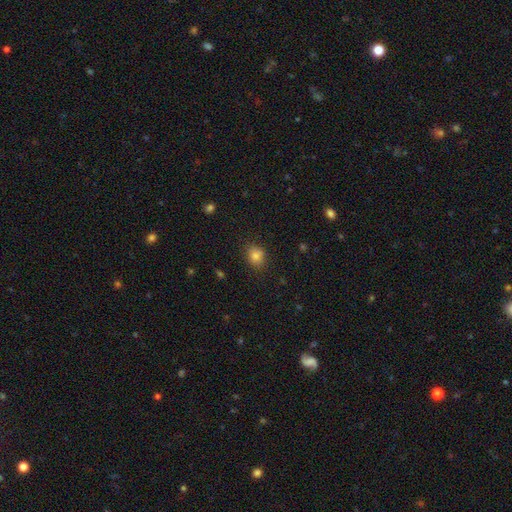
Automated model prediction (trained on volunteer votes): Smooth or featured?
  - smooth: 80% *
  - star or artifact: 13%
  - featured or disk: 7%
How rounded?
  - round: 59% *
  - in between: 39%
  - cigar-shaped: 1%
Merging?
  - none: 78% *
  - minor disturbance: 14%
  - merger: 5%
  - major disturbance: 3%